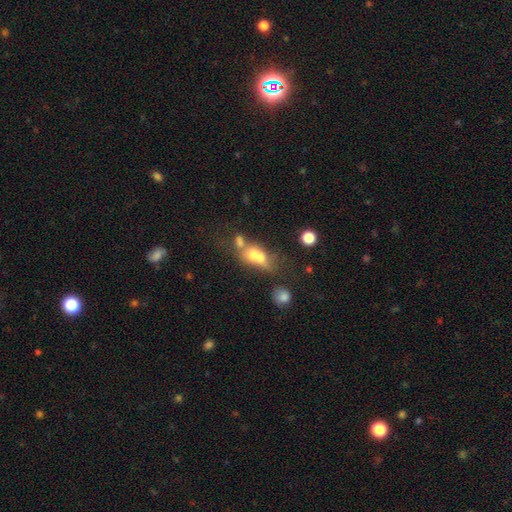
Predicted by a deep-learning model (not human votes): The model was most divided on "how rounded": round: 50%, in between: 46%, cigar-shaped: 4%. More confident: merging — merger (65%); smooth or featured — smooth (60%).